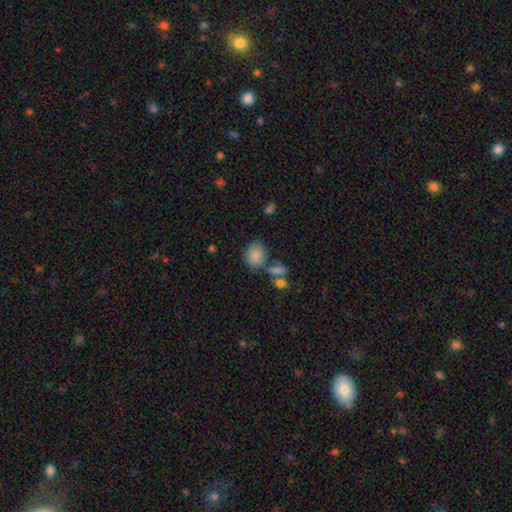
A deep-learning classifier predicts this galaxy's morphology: Smooth or featured: smooth — 85% (star or artifact — 8%)
How rounded: in between — 58% (round — 41%)
Merging: none — 63% (merger — 16%)